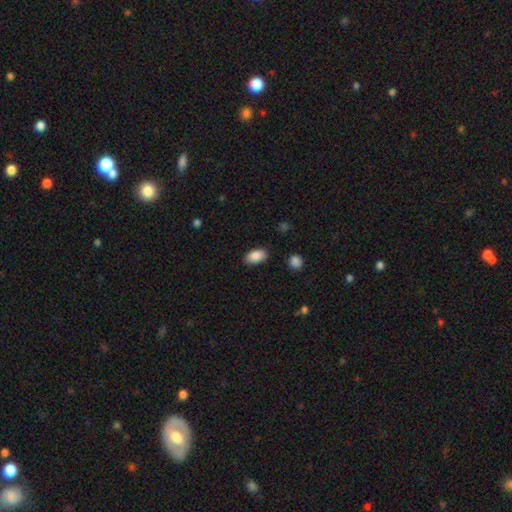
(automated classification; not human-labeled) smooth 89%, star or artifact 7%, featured or disk 4%. Down the decision tree: how rounded — in between (93%); merging — none (86%).